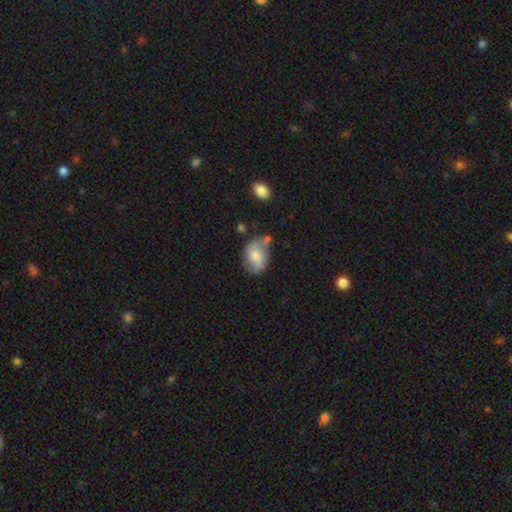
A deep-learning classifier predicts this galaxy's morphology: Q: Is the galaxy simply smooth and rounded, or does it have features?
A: smooth — 55%.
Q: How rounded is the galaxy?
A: in between — 75%.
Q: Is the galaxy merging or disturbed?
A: none — 53%.